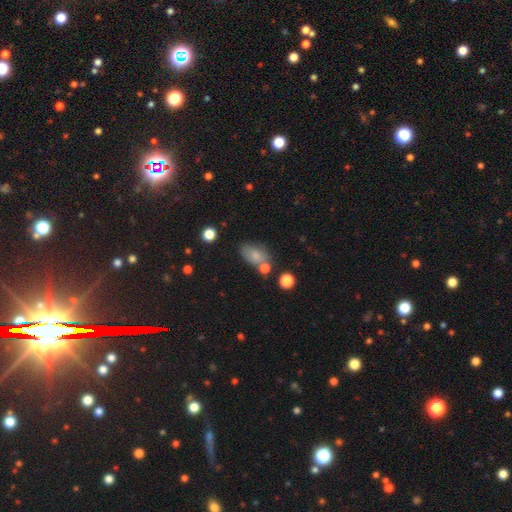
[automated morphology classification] Smooth or featured: smooth — 76% (featured or disk — 14%)
How rounded: in between — 87% (round — 11%)
Merging: none — 53% (minor disturbance — 21%)